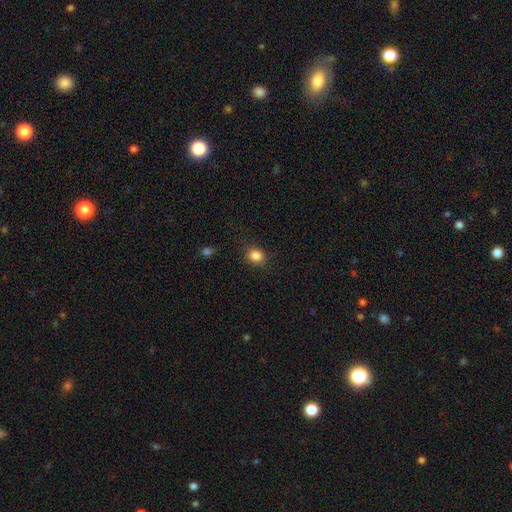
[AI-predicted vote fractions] smooth 85%, star or artifact 10%, featured or disk 4%. Down the decision tree: how rounded — round (62%); merging — none (86%).